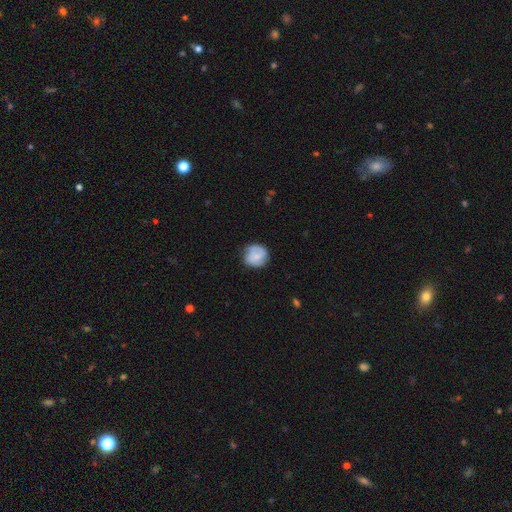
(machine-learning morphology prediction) smooth 62%, featured or disk 31%, star or artifact 7%. Down the decision tree: how rounded — round (87%); merging — none (70%).